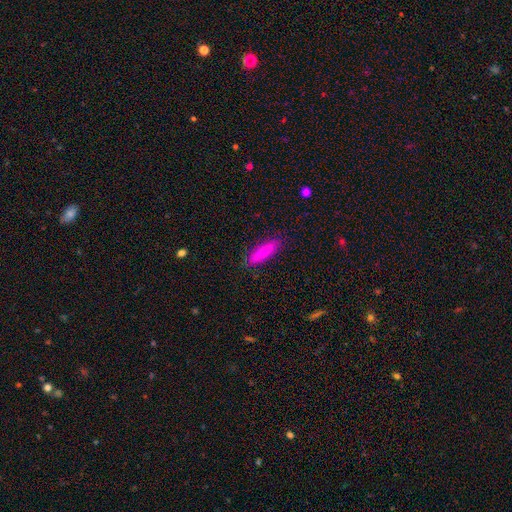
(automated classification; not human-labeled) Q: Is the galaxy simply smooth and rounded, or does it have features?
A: smooth — 83%.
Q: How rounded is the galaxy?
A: cigar-shaped — 71%.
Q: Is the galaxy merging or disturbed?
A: none — 87%.